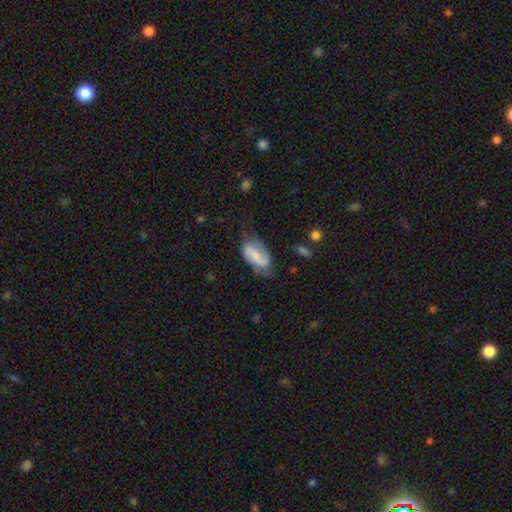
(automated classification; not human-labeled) featured or disk 52%, smooth 41%, star or artifact 7%. Down the decision tree: edge-on disk — no (95%); merging — none (55%).